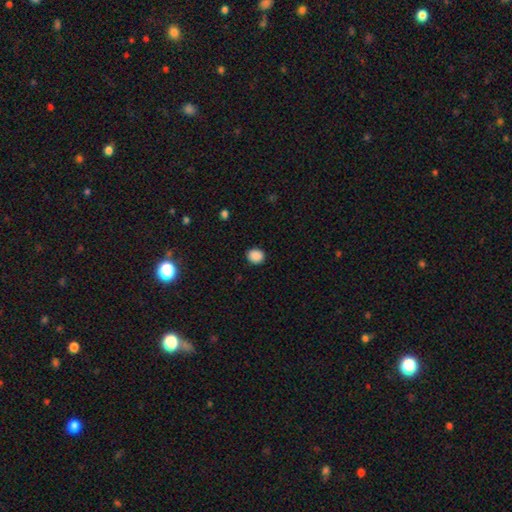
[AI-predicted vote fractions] This appears to be a smooth galaxy with no disk features (89%) that is round (75%). Merging: none (90%).